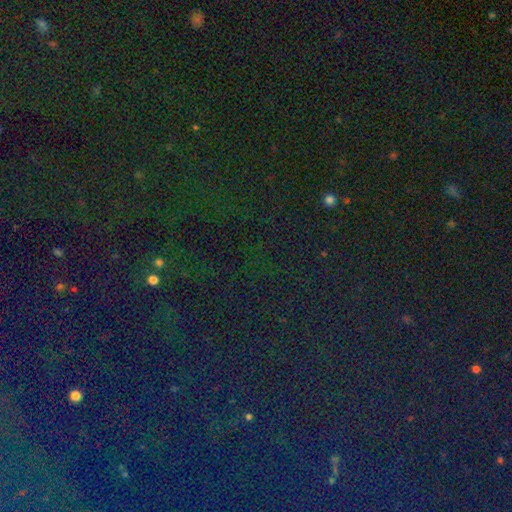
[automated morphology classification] A star or artifact, not a galaxy (80%).